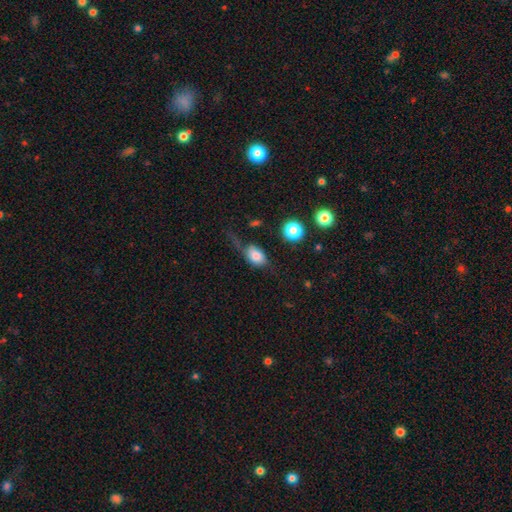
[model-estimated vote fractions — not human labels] smooth_or_featured: smooth (p=0.73) [alt: featured or disk p=0.17]
how_rounded: in between (p=0.78) [alt: round p=0.19]
merging: none (p=0.43) [alt: minor disturbance p=0.27]